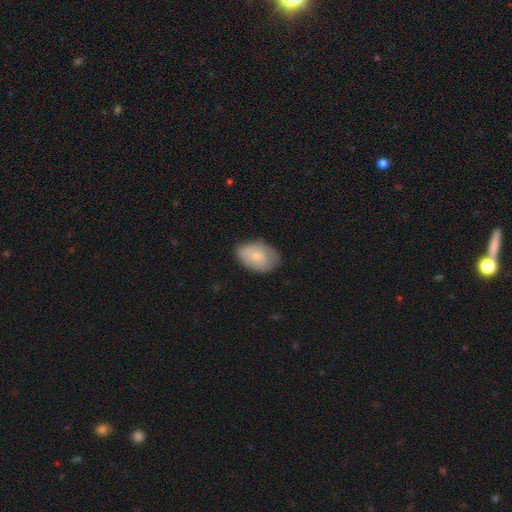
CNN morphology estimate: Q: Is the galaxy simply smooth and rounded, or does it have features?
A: smooth — 69%.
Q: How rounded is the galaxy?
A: in between — 83%.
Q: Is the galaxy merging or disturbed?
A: none — 73%.